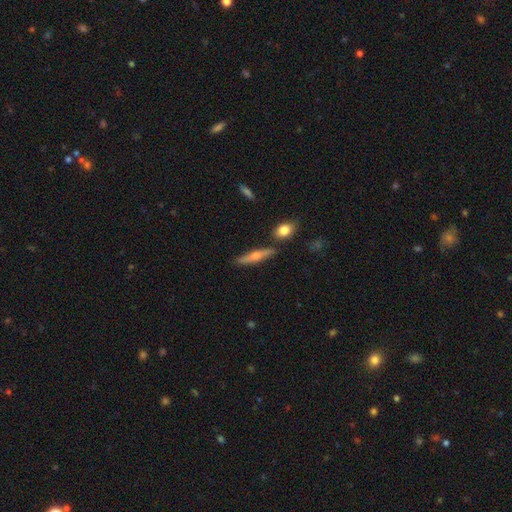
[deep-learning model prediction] Smooth or featured? featured or disk (53%)
Edge-on disk? yes (93%)
Merging? none (83%)